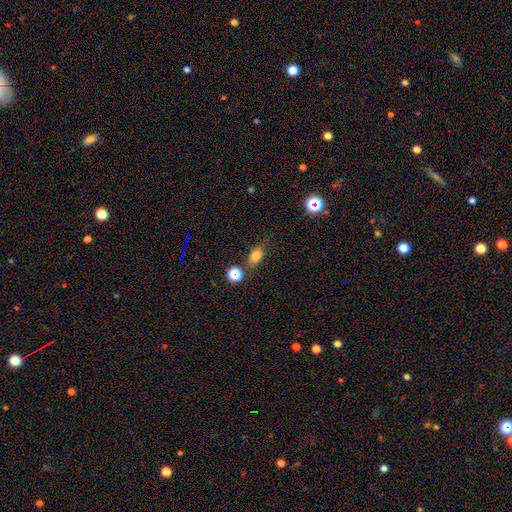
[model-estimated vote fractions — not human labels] This appears to be a smooth galaxy with no disk features (76%) that is in between round and cigar-shaped (71%). Merging: none (68%).